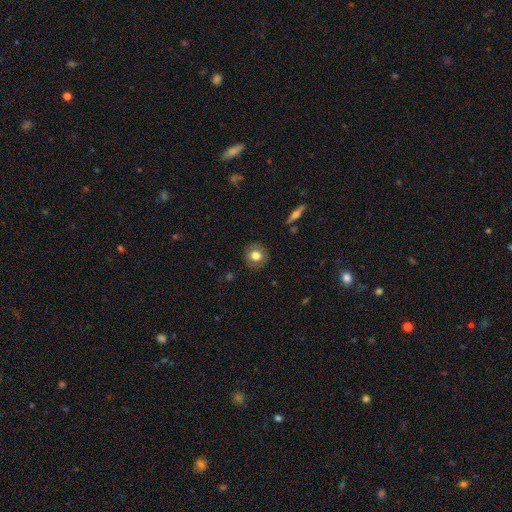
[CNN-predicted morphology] Overall: smooth (74%). How rounded: round (89%). Merging: none (88%).